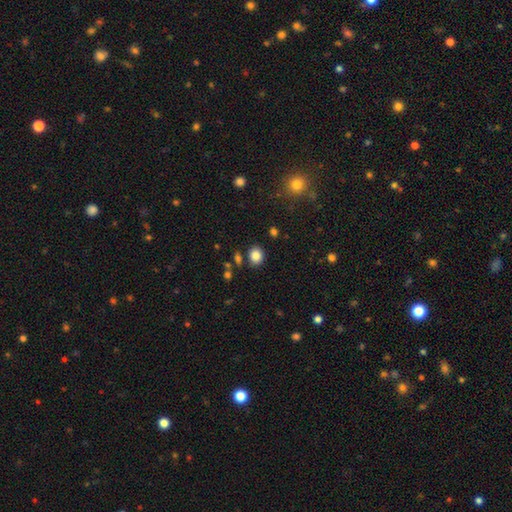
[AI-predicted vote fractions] The model was most divided on "how rounded": round: 63%, in between: 36%, cigar-shaped: 1%. More confident: smooth or featured — smooth (84%); merging — none (83%).